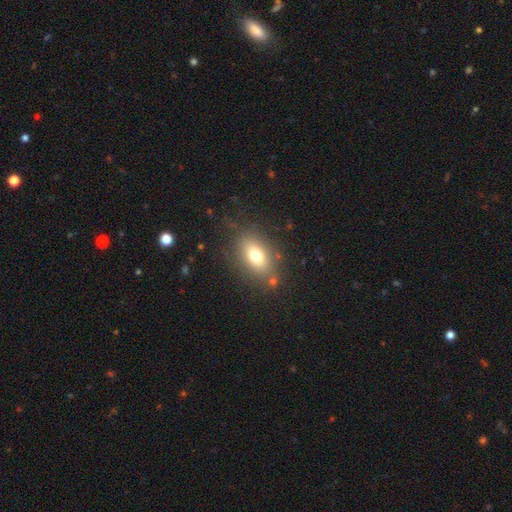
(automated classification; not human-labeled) The model was most divided on "smooth or featured": smooth: 73%, featured or disk: 16%, star or artifact: 11%. More confident: how rounded — in between (82%); merging — none (79%).